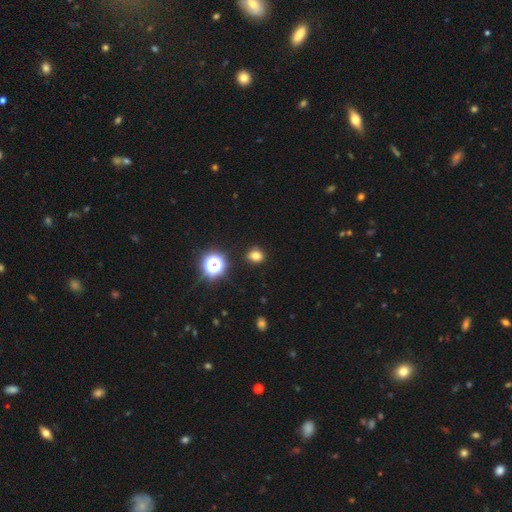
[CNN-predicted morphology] This is likely a smooth galaxy (76%). How rounded: possibly round (57%). Merging: clearly none (87%).